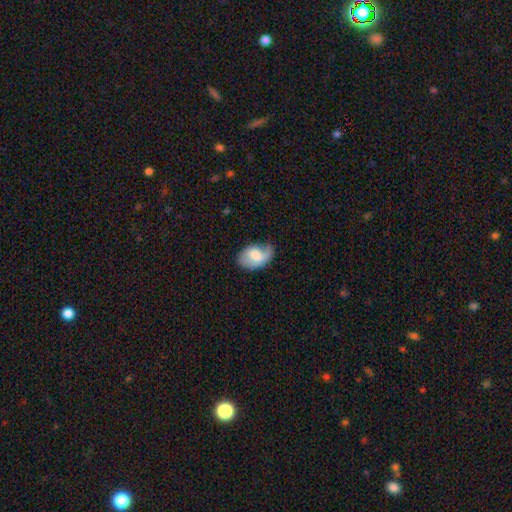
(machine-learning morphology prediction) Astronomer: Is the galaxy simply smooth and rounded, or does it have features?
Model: smooth — 57% (runner-up: featured or disk, 36%).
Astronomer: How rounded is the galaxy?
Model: in between — 89%.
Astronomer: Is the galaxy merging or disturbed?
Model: none — 50% (runner-up: minor disturbance, 34%).